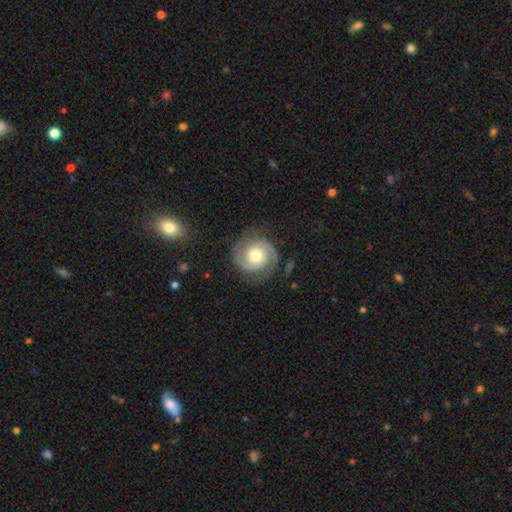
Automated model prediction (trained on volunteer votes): The model was most divided on "spiral winding": tight: 52%, medium: 38%, loose: 10%. More confident: edge-on disk — no (98%); spiral arms — yes (95%); spiral arm count — 2 (91%); smooth or featured — featured or disk (81%); merging — none (80%); bar — no (73%); bulge size — moderate (71%).